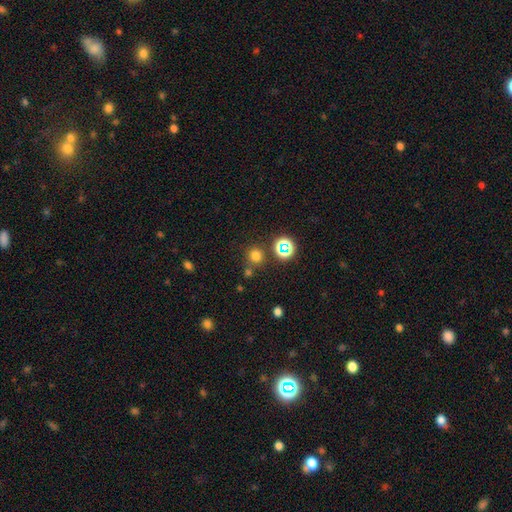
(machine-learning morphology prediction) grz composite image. It shows a smooth galaxy with no disk features (70%) that is round (92%). Merging: none (76%).